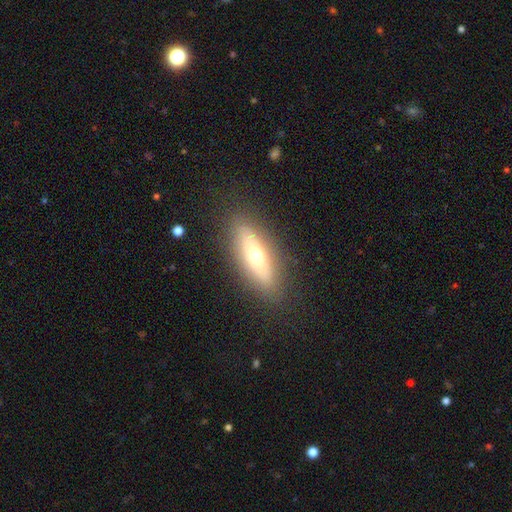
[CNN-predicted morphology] This appears to be a smooth galaxy with no disk features (54%) that is in between round and cigar-shaped (54%). Merging: none (85%).